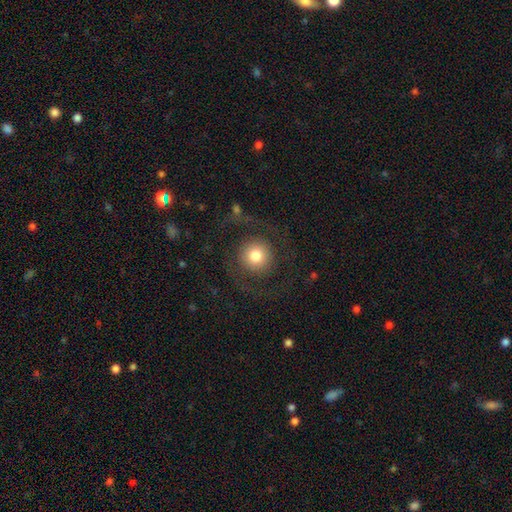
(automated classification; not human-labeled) A smooth galaxy with no disk features (61%) that is round (94%). Merging: none (75%).